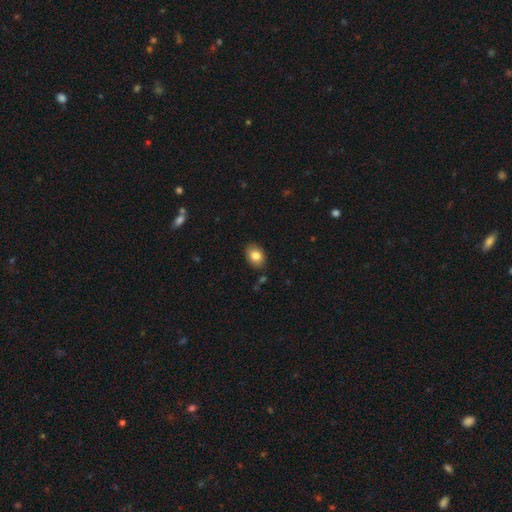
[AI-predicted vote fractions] The model was most divided on "how rounded": in between: 77%, round: 22%, cigar-shaped: 1%. More confident: merging — none (86%); smooth or featured — smooth (84%).